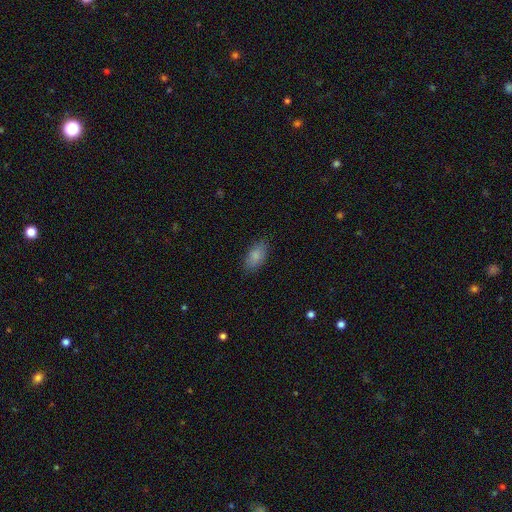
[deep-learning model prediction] This appears to be a smooth galaxy with no disk features (85%) that is in between round and cigar-shaped (91%). Merging: none (82%).